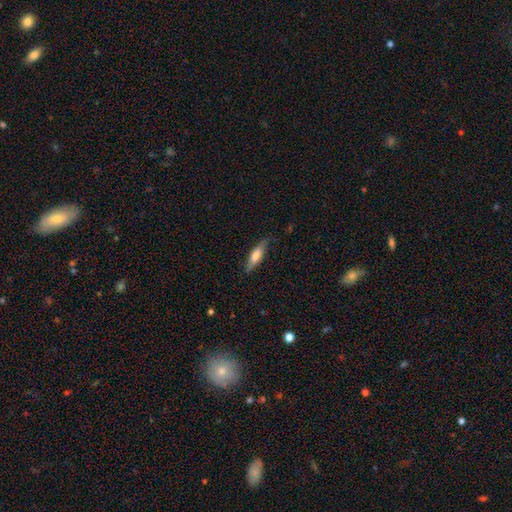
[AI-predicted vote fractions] Morphology: type=smooth (59%); roundness=cigar-shaped (67%); merging=none (78%).